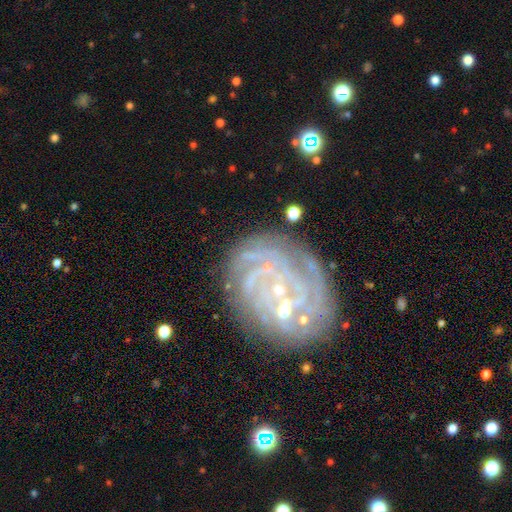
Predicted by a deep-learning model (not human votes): smooth_or_featured: featured or disk (p=0.81) [alt: star or artifact p=0.11]
disk_edge_on: no (p=0.98) [alt: yes p=0.02]
bar: no (p=0.65) [alt: weak p=0.25]
has_spiral_arms: yes (p=0.93) [alt: no p=0.07]
spiral_winding: tight (p=0.71) [alt: medium p=0.23]
spiral_arm_count: can't tell (p=0.24) [alt: 3 p=0.21]
bulge_size: small (p=0.67) [alt: moderate p=0.23]
merging: none (p=0.67) [alt: minor disturbance p=0.18]